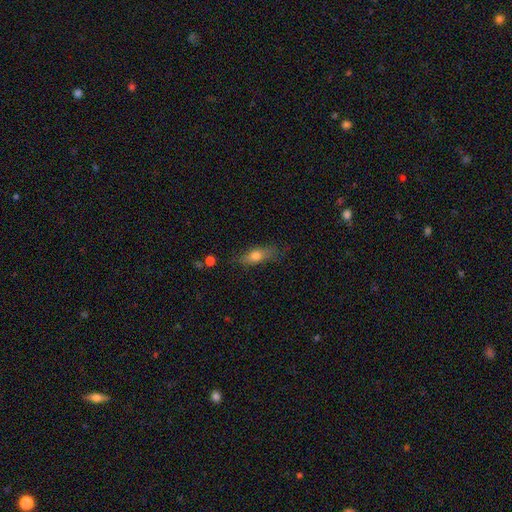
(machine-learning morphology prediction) smooth 68%, featured or disk 23%, star or artifact 9%. Down the decision tree: how rounded — in between (60%); merging — none (69%).